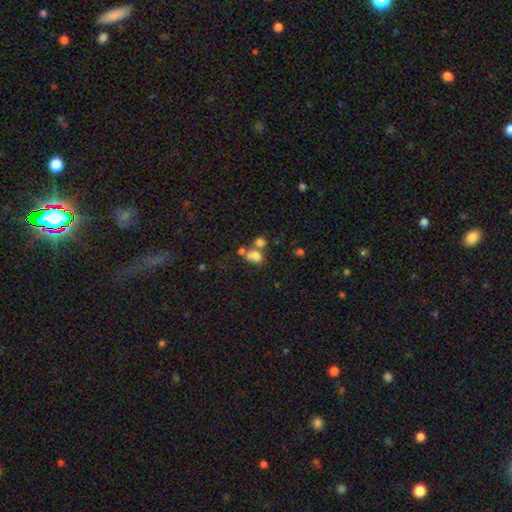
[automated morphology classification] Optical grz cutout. It shows a smooth galaxy with no disk features (69%) that is round (51%). Merging: merger (52%).